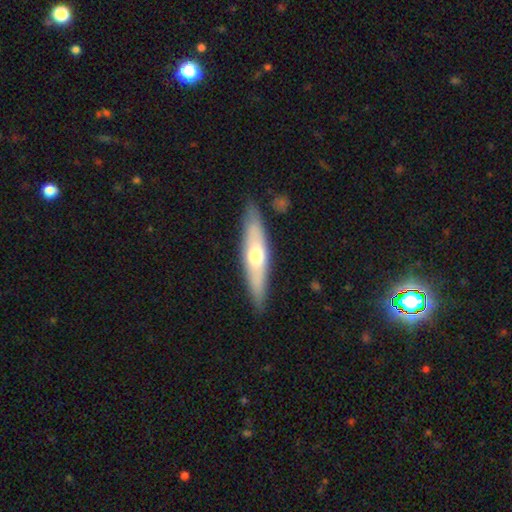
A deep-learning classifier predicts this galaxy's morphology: The model was most divided on "smooth or featured": smooth: 48%, featured or disk: 46%, star or artifact: 6%. More confident: merging — none (85%).